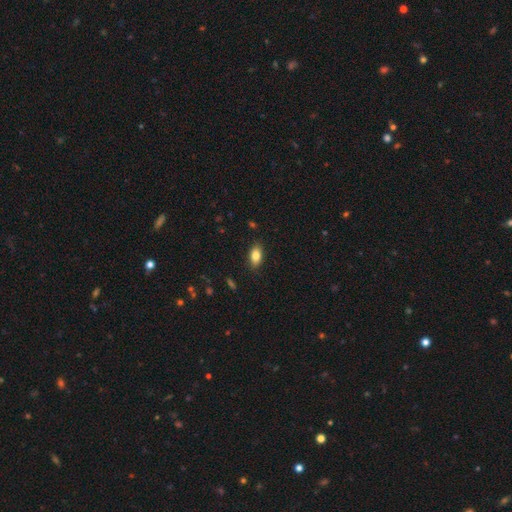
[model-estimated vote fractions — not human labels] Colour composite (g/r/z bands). It shows a smooth galaxy with no disk features (82%) that is in between round and cigar-shaped (88%). Merging: none (86%).